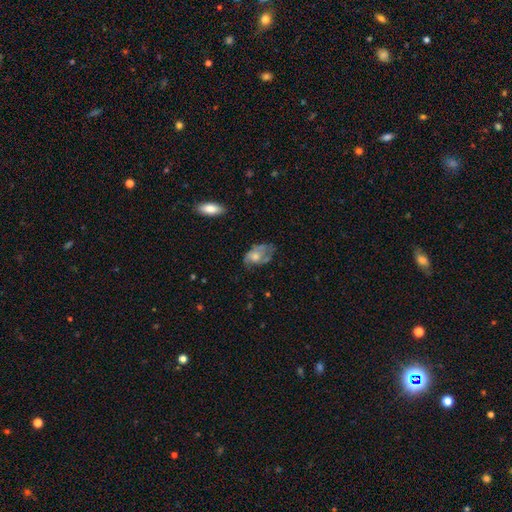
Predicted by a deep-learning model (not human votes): Overall: smooth (46%; featured or disk 45%). Merging: none (37%; minor disturbance 31%).